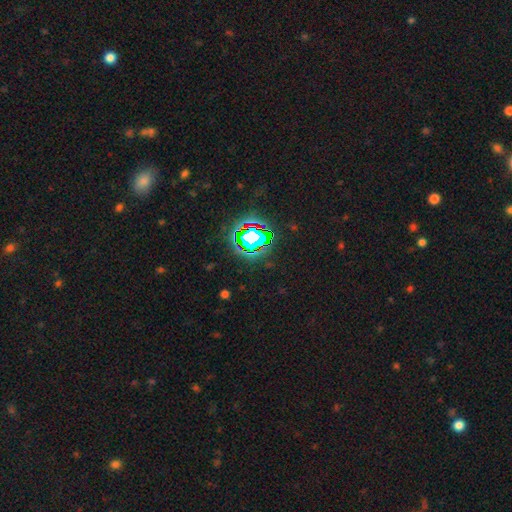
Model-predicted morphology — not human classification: This is clearly a star or artifact rather than a galaxy (82%).